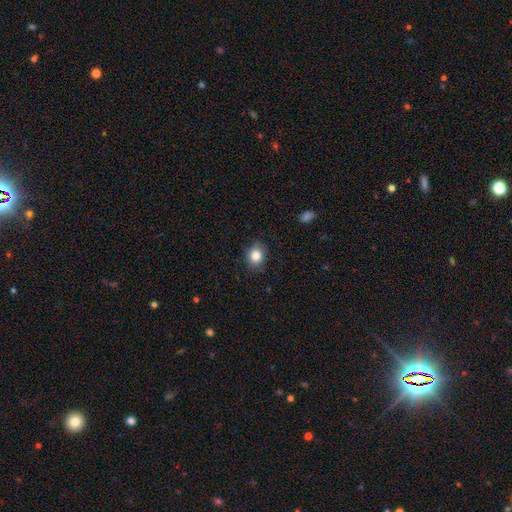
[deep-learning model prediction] Smooth or featured?
  - smooth: 84% *
  - star or artifact: 9%
  - featured or disk: 7%
How rounded?
  - in between: 50% *
  - round: 49%
  - cigar-shaped: 1%
Merging?
  - none: 84% *
  - minor disturbance: 12%
  - major disturbance: 3%
  - merger: 1%